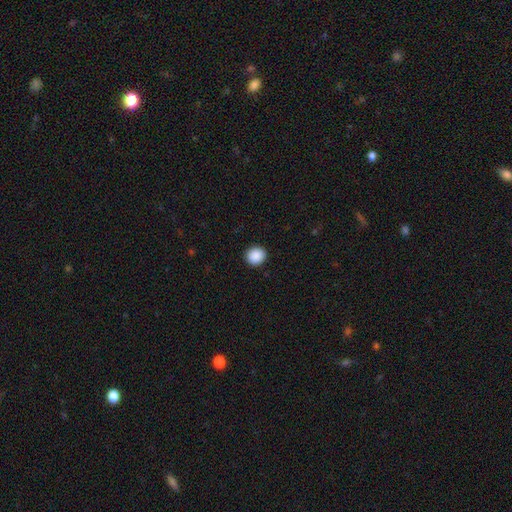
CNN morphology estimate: Smooth or featured? Predicted: smooth (p=0.90). How rounded? Predicted: round (p=0.85). Merging? Predicted: none (p=0.92).